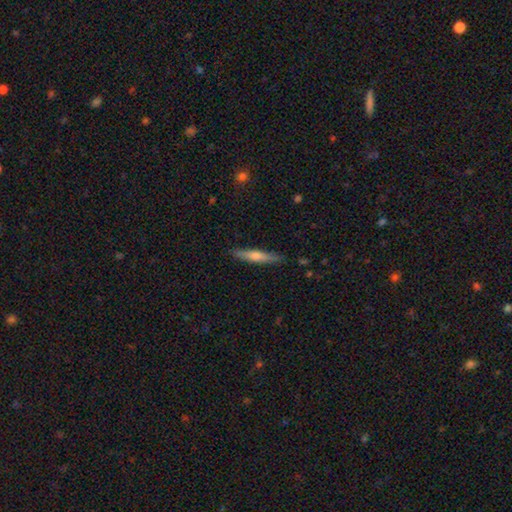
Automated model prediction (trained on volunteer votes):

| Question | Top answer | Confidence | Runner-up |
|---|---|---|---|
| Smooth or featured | smooth | 48% | featured or disk (46%) |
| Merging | none | 88% | minor disturbance (9%) |